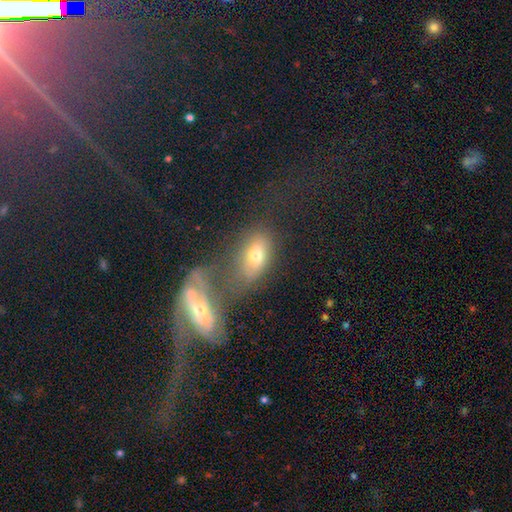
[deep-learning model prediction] This is possibly a smooth galaxy (55%). How rounded: clearly in between (86%). Merging: marginally none (40%).